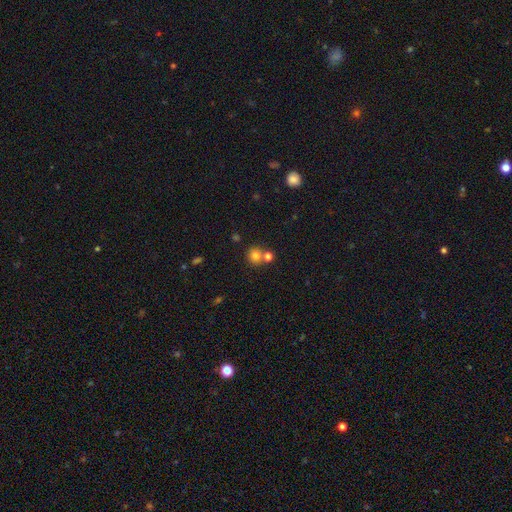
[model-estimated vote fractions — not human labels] Smooth or featured? Predicted: smooth (p=0.78). How rounded? Predicted: round (p=0.89). Merging? Predicted: none (p=0.61).